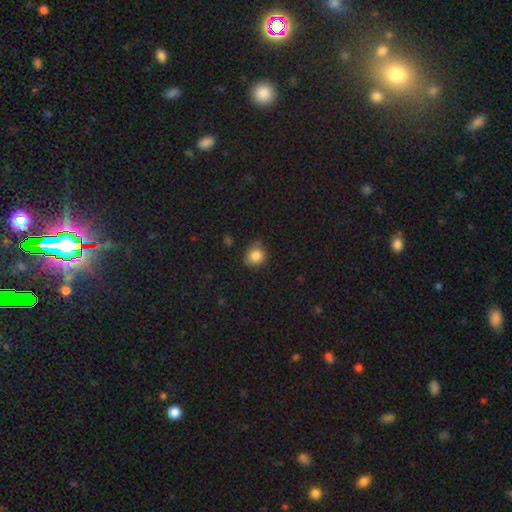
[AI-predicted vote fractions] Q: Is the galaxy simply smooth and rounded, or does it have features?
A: smooth — 83%.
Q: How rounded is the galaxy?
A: round — 85%.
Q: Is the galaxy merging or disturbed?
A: none — 74%.